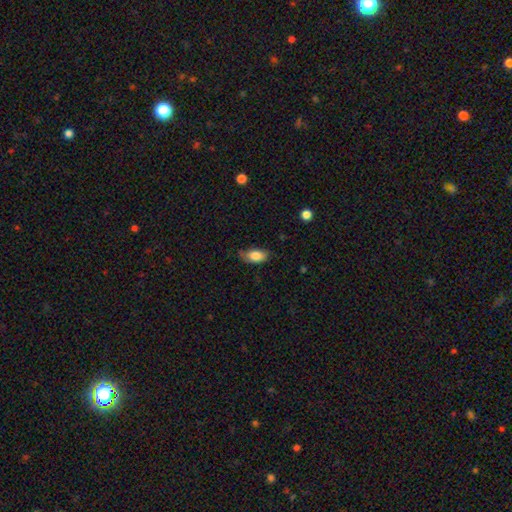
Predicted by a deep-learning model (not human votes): This appears to be a smooth galaxy with no disk features (83%) that is in between round and cigar-shaped (90%). Merging: none (64%).